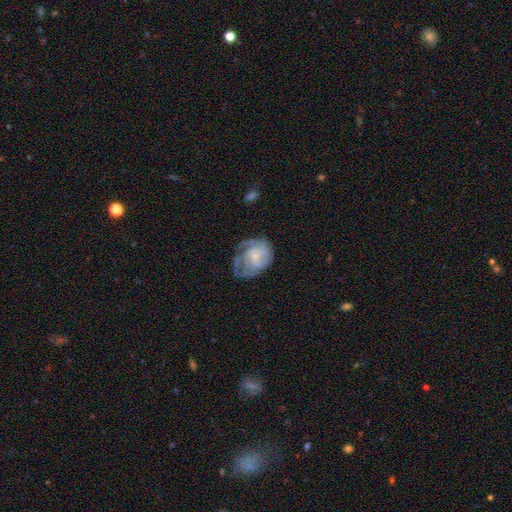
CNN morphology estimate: This is likely a featured or disk galaxy (66%). It is clearly not viewed edge-on (98%). Bar: likely no (66%). Spiral arm pattern: clearly yes (82%). Spiral arm count: marginally can't tell (41%). Spiral winding: possibly tight (46%). Central bulge: possibly small (59%). Merging: marginally none (42%).